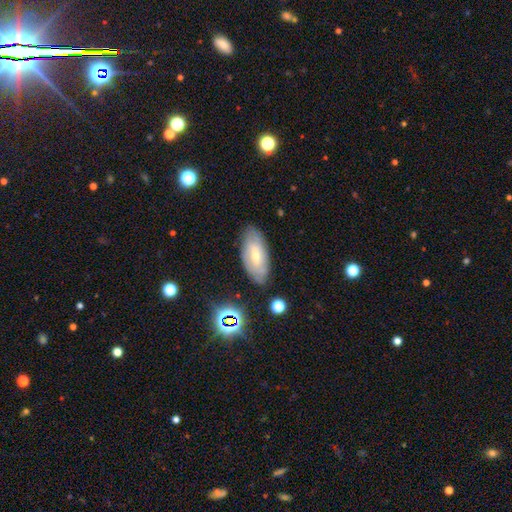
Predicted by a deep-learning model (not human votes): smooth_or_featured: featured or disk (p=0.53) [alt: smooth p=0.38]
disk_edge_on: no (p=0.87) [alt: yes p=0.13]
merging: none (p=0.78) [alt: minor disturbance p=0.16]